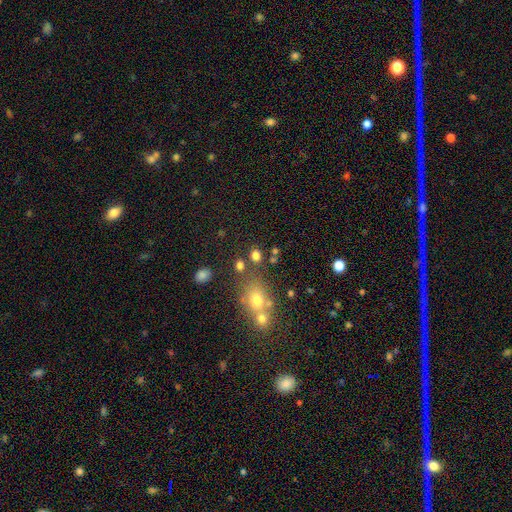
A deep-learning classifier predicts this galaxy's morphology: smooth-or-featured: smooth: 75% | star or artifact: 16% | featured or disk: 9%
  how-rounded: round: 63% | in between: 35% | cigar-shaped: 2%
  merging: none: 66% | merger: 18% | minor disturbance: 10% | major disturbance: 5%